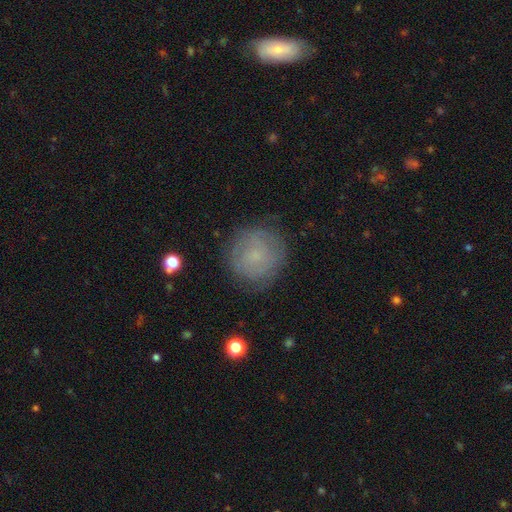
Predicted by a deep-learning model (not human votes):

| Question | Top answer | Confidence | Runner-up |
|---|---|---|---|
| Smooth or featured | smooth | 56% | featured or disk (33%) |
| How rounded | round | 92% | in between (7%) |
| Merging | none | 80% | minor disturbance (13%) |